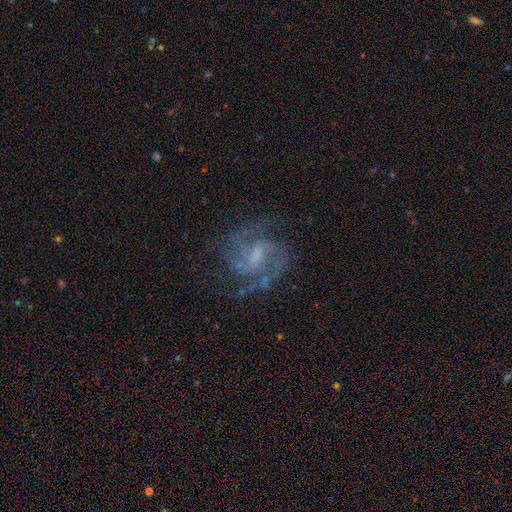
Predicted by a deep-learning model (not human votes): Overall: featured or disk (86%). Edge-on disk: no (97%). Bar: weak (56%; strong 24%). Spiral arms: yes (96%). Spiral arm count: 2 (53%; 3 21%). Spiral winding: medium (56%; tight 28%). Bulge size: small (37%; moderate 29%). Merging: none (67%).